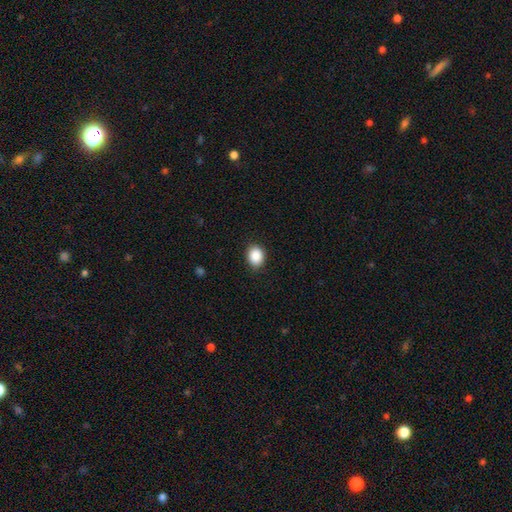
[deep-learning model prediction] smooth-or-featured: smooth: 89% | star or artifact: 8% | featured or disk: 3%
  how-rounded: round: 50% | in between: 49% | cigar-shaped: 1%
  merging: none: 87% | minor disturbance: 10% | major disturbance: 2% | merger: 1%